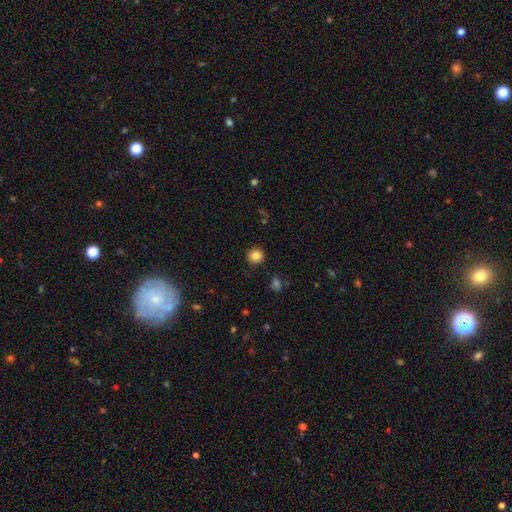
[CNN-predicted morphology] A smooth galaxy with no disk features (85%) that is round (92%). Merging: none (91%).